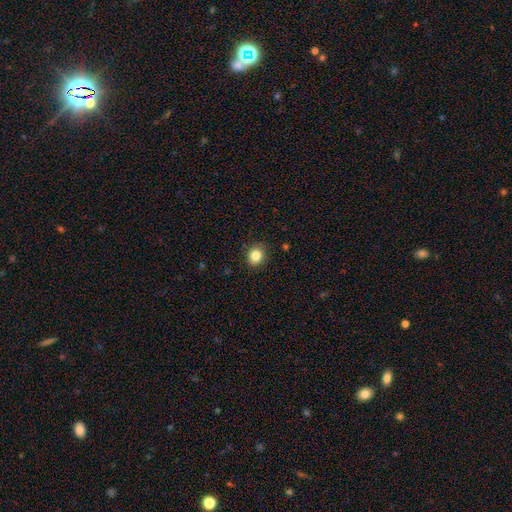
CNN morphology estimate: Smooth or featured? Predicted: smooth (p=0.84). How rounded? Predicted: round (p=0.73). Merging? Predicted: none (p=0.88).